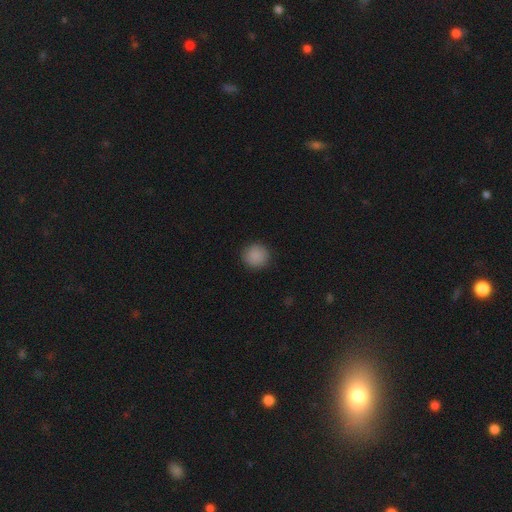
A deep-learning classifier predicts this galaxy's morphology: This appears to be a smooth galaxy with no disk features (88%) that is round (92%). Merging: none (89%).